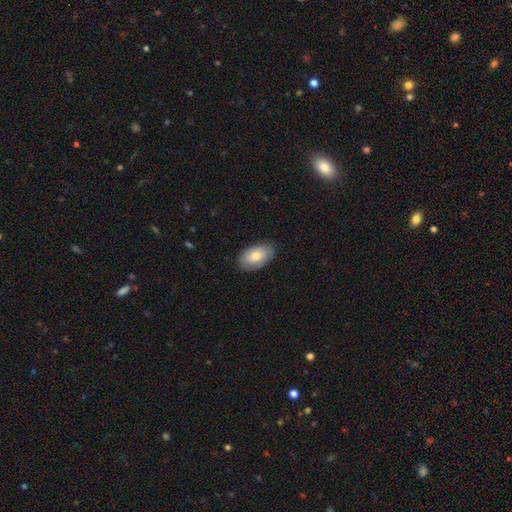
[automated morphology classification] type=smooth (78%); roundness=in between (94%); merging=none (84%).